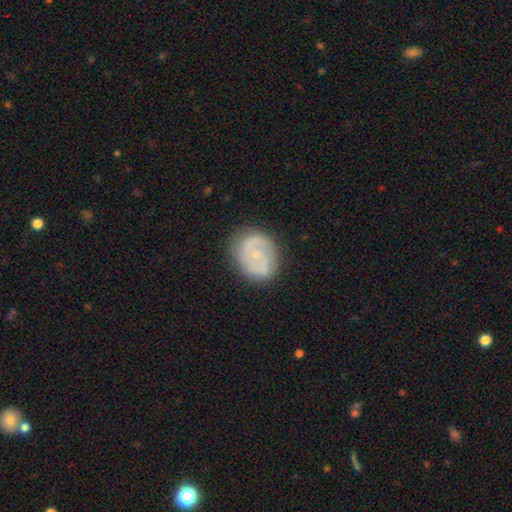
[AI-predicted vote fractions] Smooth or featured? featured or disk (64%)
Edge-on disk? no (97%)
Bar? no (66%)
Spiral arms? yes (78%)
Bulge size? small (72%)
Merging? none (79%)